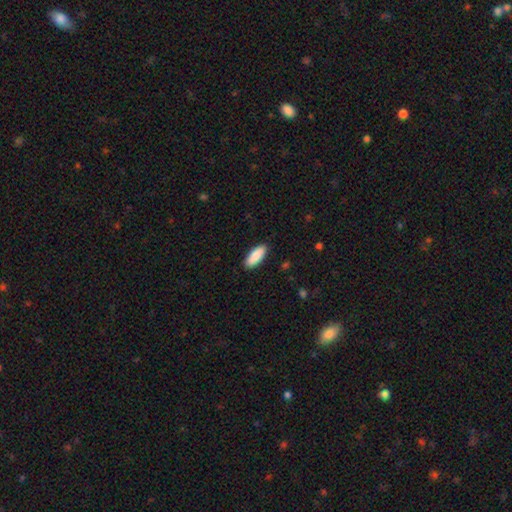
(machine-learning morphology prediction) Smooth or featured? Predicted: smooth (p=0.88). How rounded? Predicted: in between (p=0.77). Merging? Predicted: none (p=0.89).